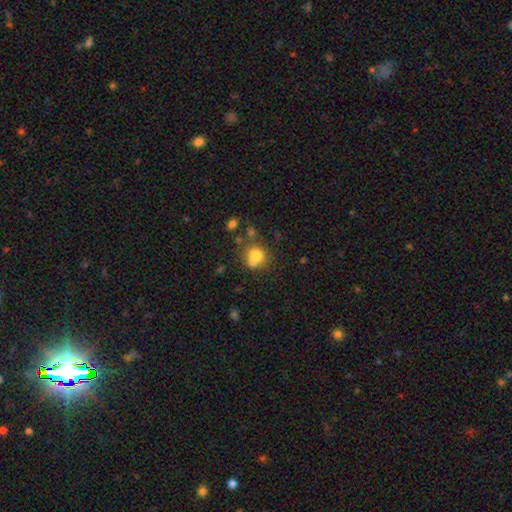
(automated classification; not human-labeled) smooth 74%, featured or disk 14%, star or artifact 12%. Down the decision tree: how rounded — round (75%); merging — none (45%).